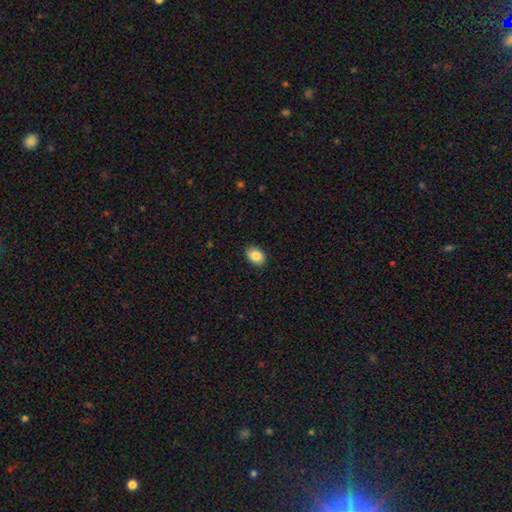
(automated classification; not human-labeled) Morphology: type=smooth (86%); roundness=in between (78%); merging=none (88%).